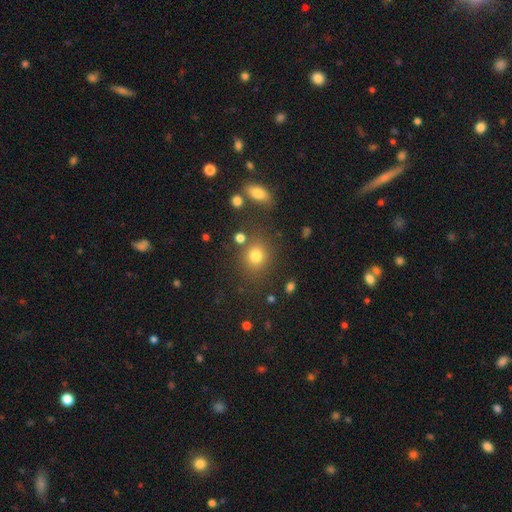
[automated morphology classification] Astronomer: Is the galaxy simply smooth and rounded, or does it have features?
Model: smooth — 77%.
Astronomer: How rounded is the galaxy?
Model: round — 75%.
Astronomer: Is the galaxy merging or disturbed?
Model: none — 75%.